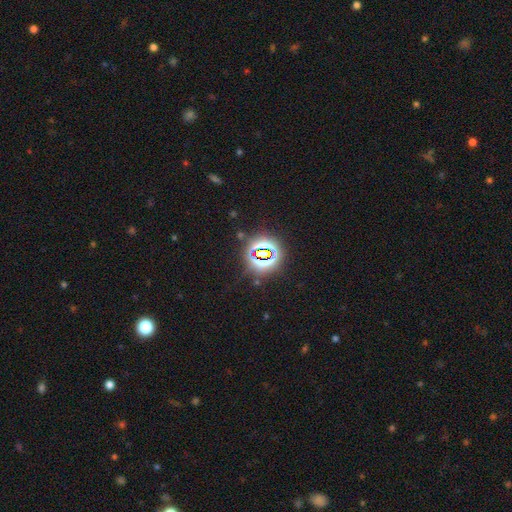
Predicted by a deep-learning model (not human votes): This is likely a star or artifact rather than a galaxy (80%).